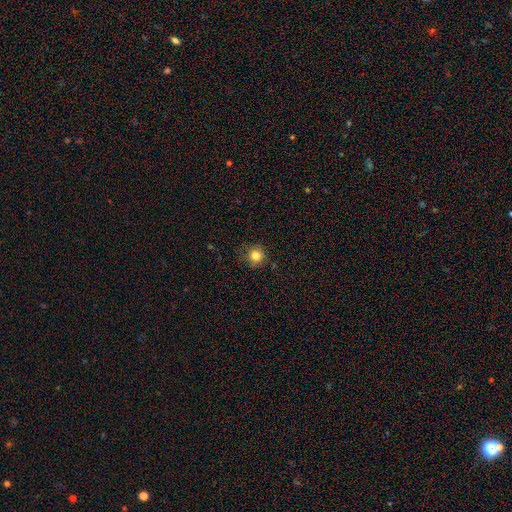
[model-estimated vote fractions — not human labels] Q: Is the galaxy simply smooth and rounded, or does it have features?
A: smooth — 82%.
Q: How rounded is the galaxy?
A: round — 92%.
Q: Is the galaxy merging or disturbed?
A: none — 82%.